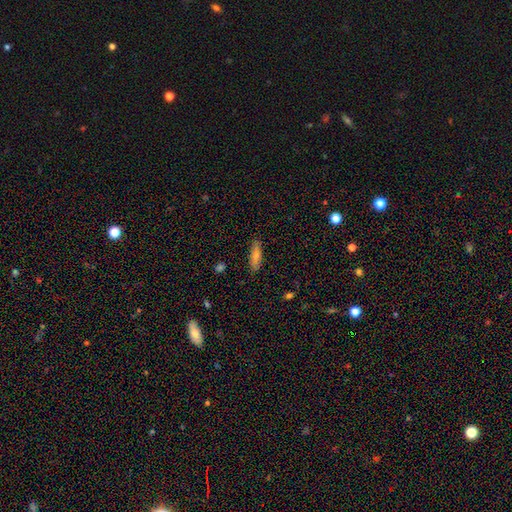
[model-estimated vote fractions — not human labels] This is possibly a smooth galaxy (60%). How rounded: likely cigar-shaped (63%). Merging: clearly none (87%).